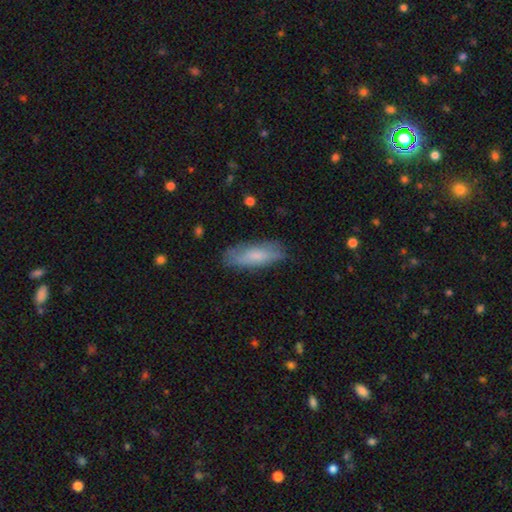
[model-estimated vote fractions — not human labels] smooth-or-featured: smooth: 71% | featured or disk: 23% | star or artifact: 6%
  how-rounded: in between: 58% | cigar-shaped: 41% | round: 2%
  merging: none: 76% | minor disturbance: 18% | major disturbance: 4% | merger: 1%